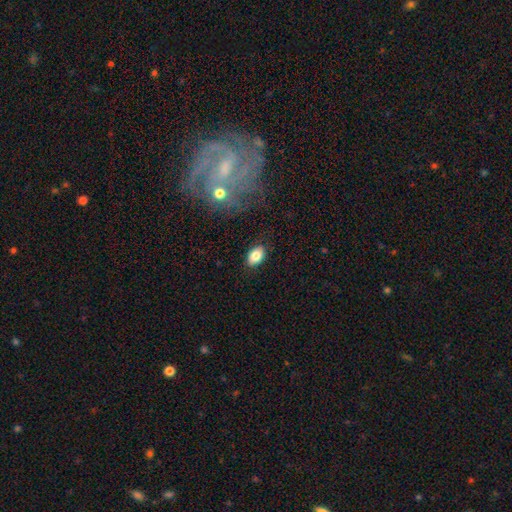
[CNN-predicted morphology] Overall: smooth (81%). How rounded: in between (88%). Merging: none (85%).